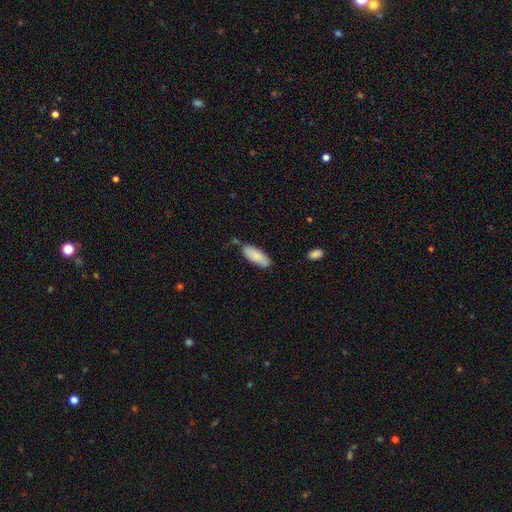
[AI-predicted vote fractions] Smooth or featured? smooth (85%)
How rounded? in between (74%)
Merging? none (74%)